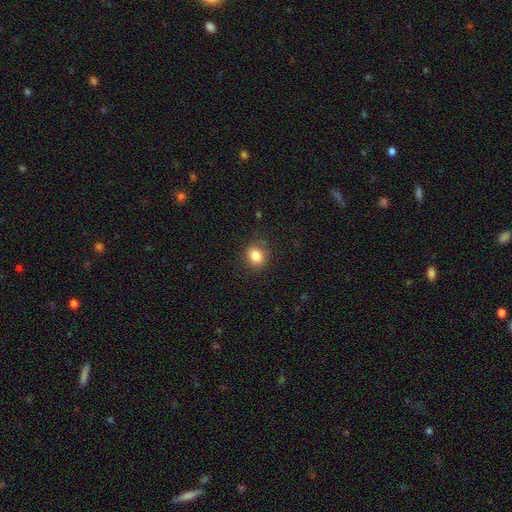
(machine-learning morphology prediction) A smooth galaxy with no disk features (84%) that is round (64%). Merging: none (83%).